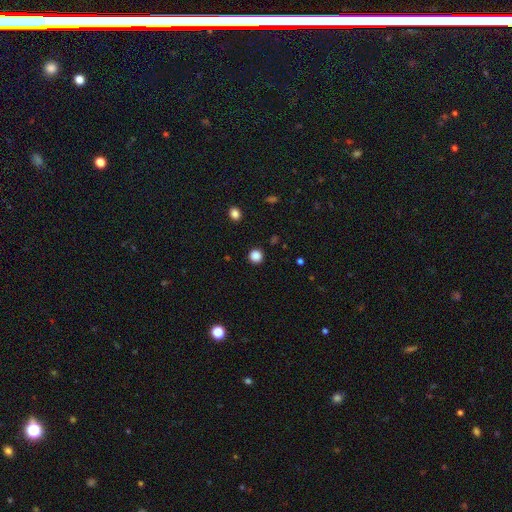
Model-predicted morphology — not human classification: Smooth or featured?
  - smooth: 85% *
  - star or artifact: 12%
  - featured or disk: 3%
How rounded?
  - round: 95% *
  - in between: 4%
  - cigar-shaped: 1%
Merging?
  - none: 92% *
  - minor disturbance: 5%
  - major disturbance: 2%
  - merger: 1%